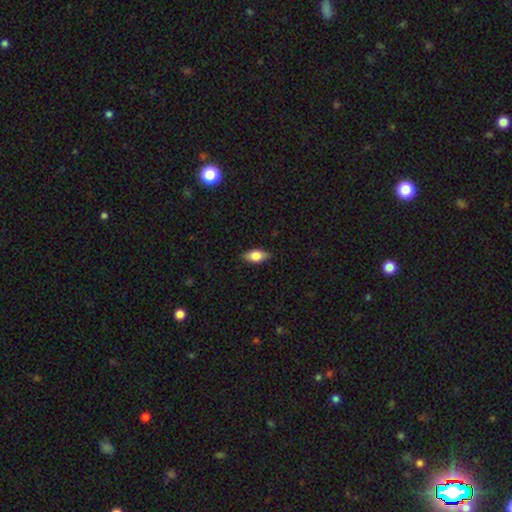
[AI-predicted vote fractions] Smooth or featured? Predicted: smooth (p=0.76). How rounded? Predicted: in between (p=0.88). Merging? Predicted: none (p=0.86).